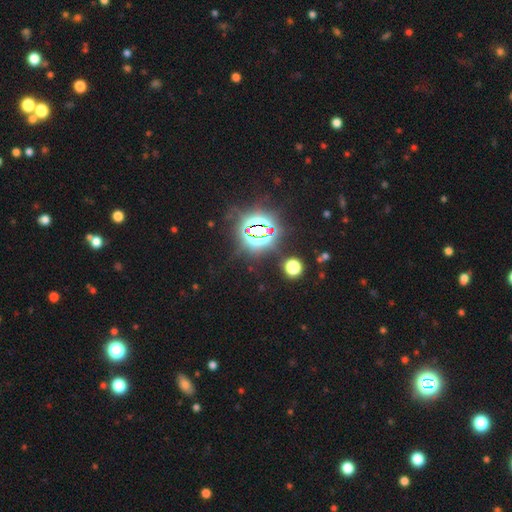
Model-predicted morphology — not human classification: Q: Smooth or featured?
A: star or artifact (84%); runner-up: smooth (10%)